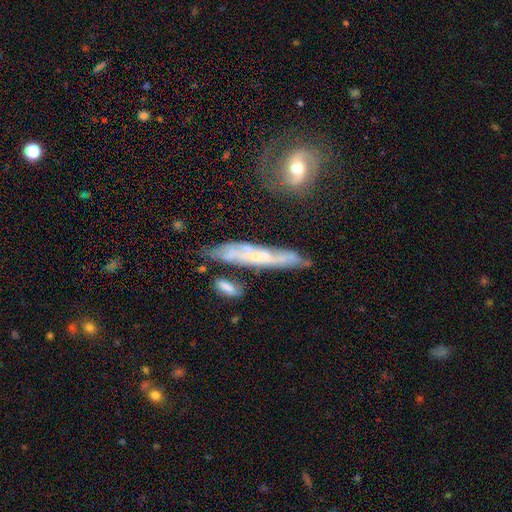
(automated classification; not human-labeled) Overall: featured or disk (62%; smooth 30%). Edge-on disk: yes (59%; no 41%). Merging: none (68%).